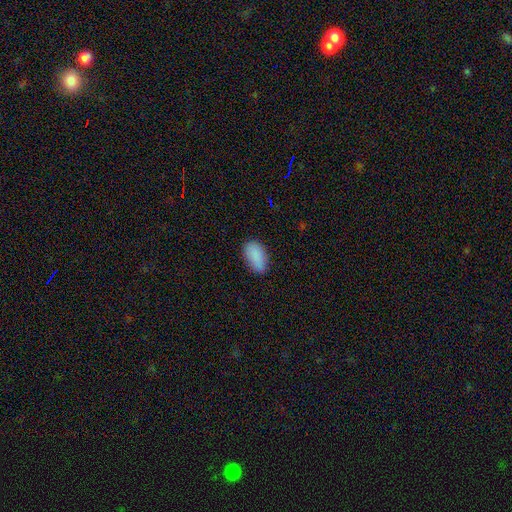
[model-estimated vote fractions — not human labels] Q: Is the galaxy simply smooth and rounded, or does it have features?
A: smooth — 88%.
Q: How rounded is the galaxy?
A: in between — 93%.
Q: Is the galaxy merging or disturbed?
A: none — 78%.